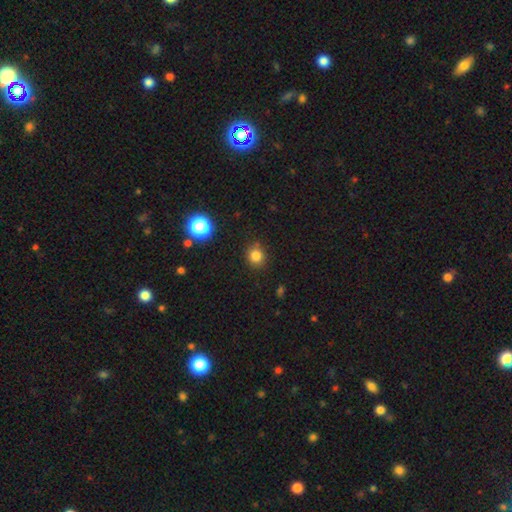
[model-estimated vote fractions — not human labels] smooth 82%, star or artifact 14%, featured or disk 5%. Down the decision tree: how rounded — round (83%); merging — none (86%).